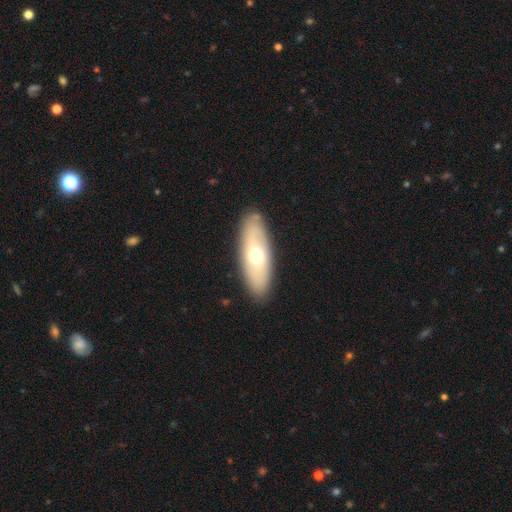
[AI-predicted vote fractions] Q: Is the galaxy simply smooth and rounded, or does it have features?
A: smooth — 56%.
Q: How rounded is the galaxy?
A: in between — 71%.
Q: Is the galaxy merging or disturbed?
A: none — 87%.